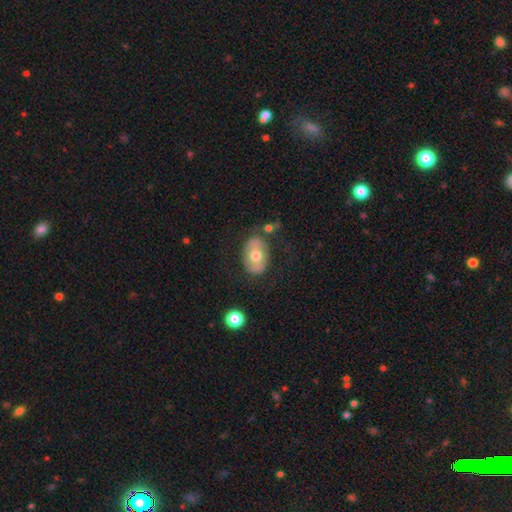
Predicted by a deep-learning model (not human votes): A smooth galaxy with no disk features (53%) that is in between round and cigar-shaped (81%). Merging: none (70%).